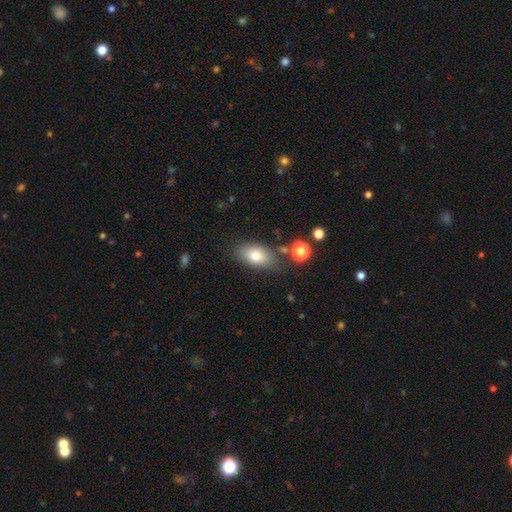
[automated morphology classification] Smooth or featured? smooth (78%)
How rounded? in between (88%)
Merging? none (77%)